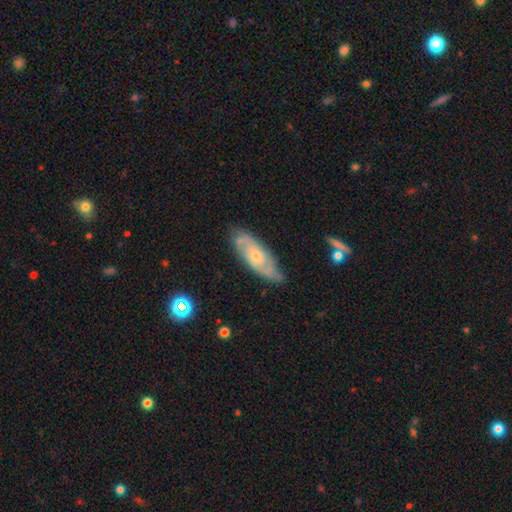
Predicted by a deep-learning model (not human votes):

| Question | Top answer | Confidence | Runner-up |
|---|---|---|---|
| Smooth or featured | featured or disk | 77% | smooth (18%) |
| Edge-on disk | no | 88% | yes (12%) |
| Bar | no | 70% | weak (26%) |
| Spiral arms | yes | 90% | no (10%) |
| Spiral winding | tight | 50% | medium (39%) |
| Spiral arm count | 2 | 61% | can't tell (25%) |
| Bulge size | small | 59% | moderate (37%) |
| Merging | none | 75% | minor disturbance (19%) |